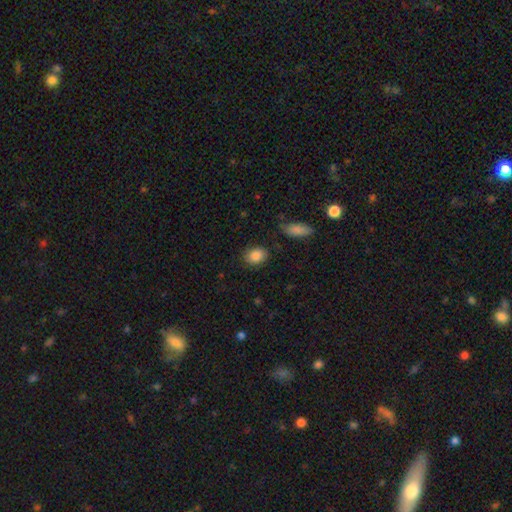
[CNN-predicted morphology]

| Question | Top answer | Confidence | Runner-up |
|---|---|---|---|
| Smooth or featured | smooth | 88% | star or artifact (8%) |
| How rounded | in between | 65% | round (33%) |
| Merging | none | 84% | minor disturbance (11%) |